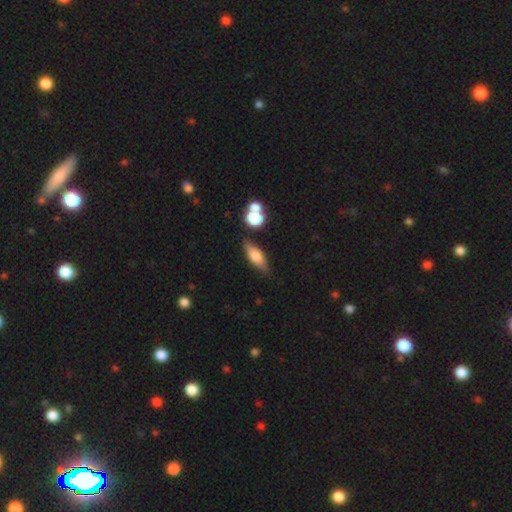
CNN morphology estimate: Smooth or featured?
  - smooth: 58% *
  - featured or disk: 34%
  - star or artifact: 8%
How rounded?
  - in between: 59% *
  - cigar-shaped: 35%
  - round: 6%
Merging?
  - none: 77% *
  - minor disturbance: 13%
  - merger: 7%
  - major disturbance: 3%